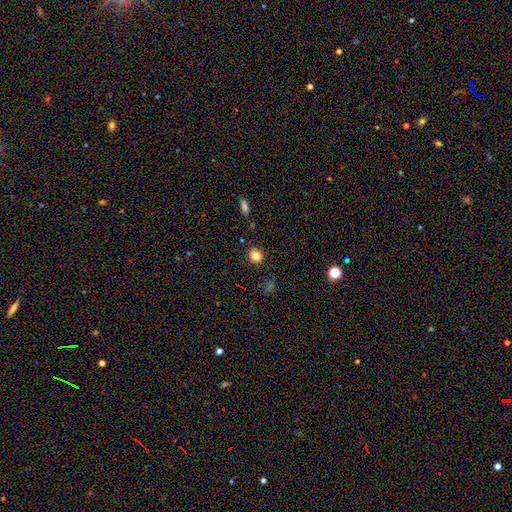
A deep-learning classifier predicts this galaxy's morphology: smooth_or_featured: smooth (p=0.82) [alt: star or artifact p=0.13]
how_rounded: round (p=0.84) [alt: in between p=0.15]
merging: none (p=0.90) [alt: minor disturbance p=0.07]